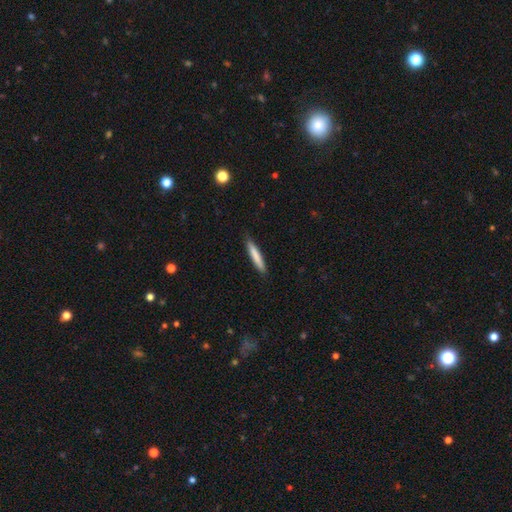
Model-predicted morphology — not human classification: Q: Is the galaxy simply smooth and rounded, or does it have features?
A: smooth — 78%.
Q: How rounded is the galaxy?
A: cigar-shaped — 94%.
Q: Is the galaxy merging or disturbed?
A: none — 87%.